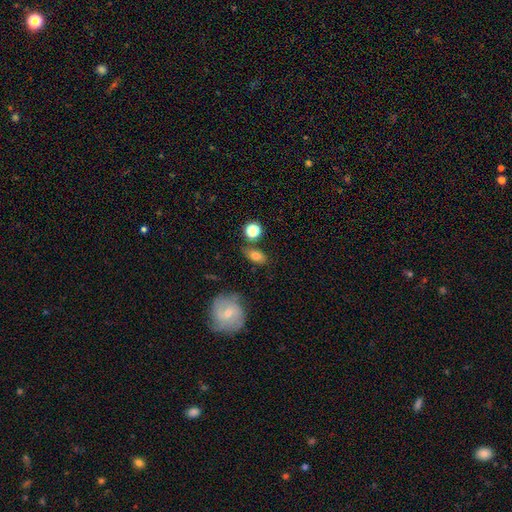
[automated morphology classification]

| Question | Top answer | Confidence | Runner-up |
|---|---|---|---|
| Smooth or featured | smooth | 76% | featured or disk (15%) |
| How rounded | in between | 81% | round (15%) |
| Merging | none | 69% | minor disturbance (17%) |